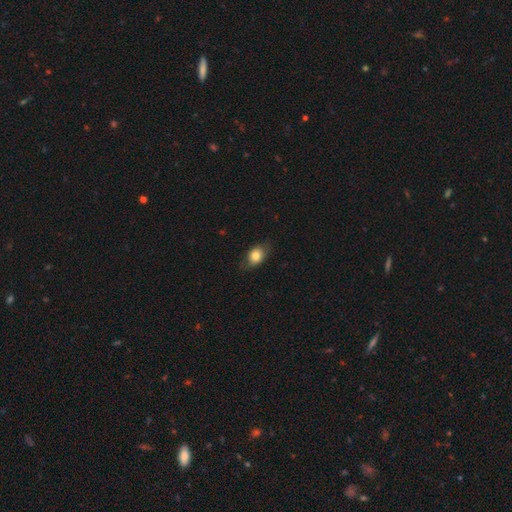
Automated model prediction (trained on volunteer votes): smooth_or_featured: smooth (p=0.80) [alt: featured or disk p=0.12]
how_rounded: in between (p=0.70) [alt: round p=0.28]
merging: none (p=0.75) [alt: minor disturbance p=0.19]